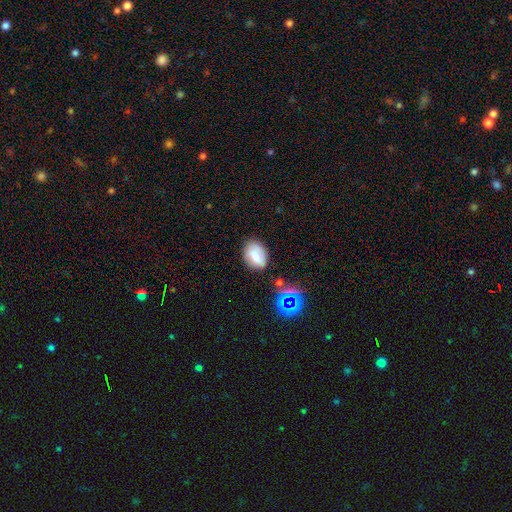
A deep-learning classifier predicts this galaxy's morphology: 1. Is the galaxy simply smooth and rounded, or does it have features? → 73% smooth, 14% featured or disk, 13% star or artifact.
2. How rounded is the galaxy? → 78% in between, 20% round, 1% cigar-shaped.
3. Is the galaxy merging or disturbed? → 70% none, 20% minor disturbance, 5% major disturbance, 5% merger.